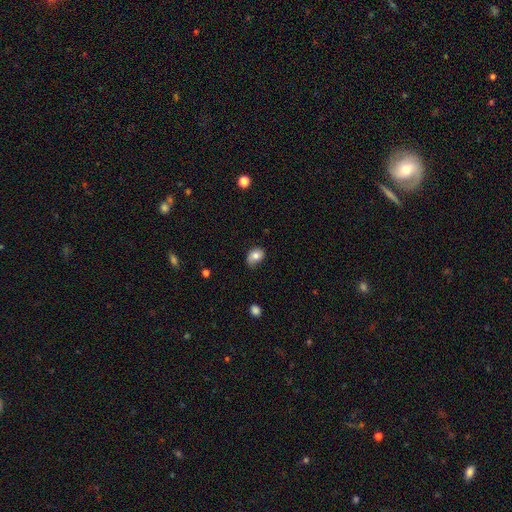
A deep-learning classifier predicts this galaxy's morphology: smooth-or-featured: smooth: 79% | featured or disk: 12% | star or artifact: 9%
  how-rounded: in between: 72% | round: 26% | cigar-shaped: 1%
  merging: none: 54% | minor disturbance: 36% | major disturbance: 9% | merger: 2%